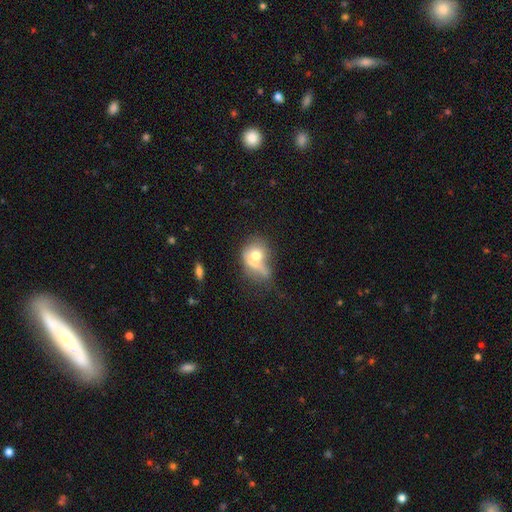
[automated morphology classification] Smooth or featured?
  - smooth: 64% *
  - featured or disk: 26%
  - star or artifact: 10%
How rounded?
  - round: 60% *
  - in between: 38%
  - cigar-shaped: 3%
Merging?
  - merger: 46% *
  - none: 21%
  - major disturbance: 20%
  - minor disturbance: 13%